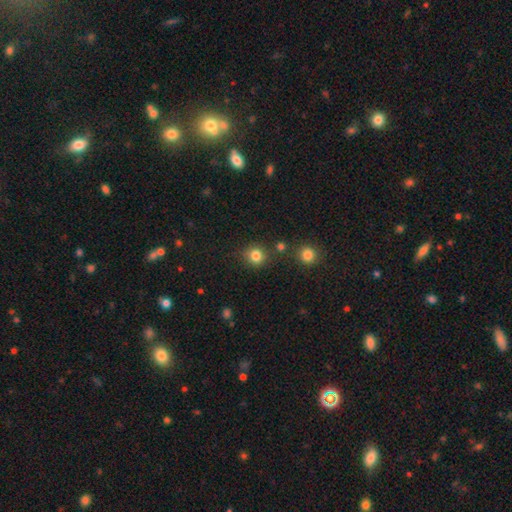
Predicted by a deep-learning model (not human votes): Q: Smooth or featured?
A: smooth (83%); runner-up: star or artifact (12%)
Q: How rounded?
A: round (88%); runner-up: in between (11%)
Q: Merging?
A: none (81%); runner-up: minor disturbance (9%)